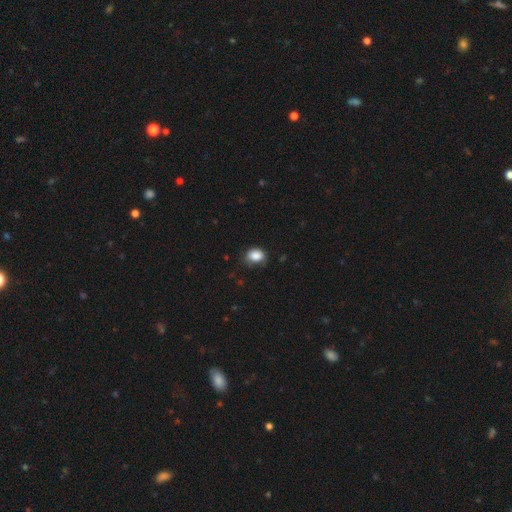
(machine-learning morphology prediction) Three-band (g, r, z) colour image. It shows a smooth galaxy with no disk features (86%) that is in between round and cigar-shaped (56%). Merging: none (65%).